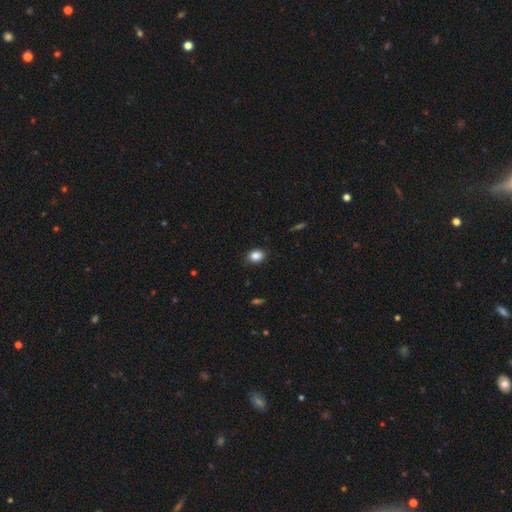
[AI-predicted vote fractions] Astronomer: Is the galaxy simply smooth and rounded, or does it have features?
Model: smooth — 86%.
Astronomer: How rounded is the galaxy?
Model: in between — 55% (runner-up: round, 44%).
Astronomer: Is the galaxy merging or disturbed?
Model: none — 85%.